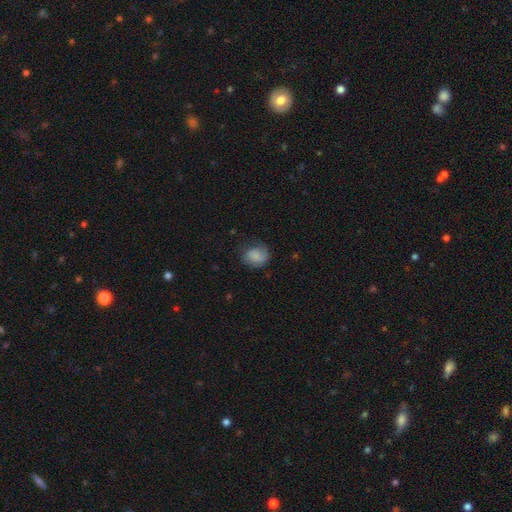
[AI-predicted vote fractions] Morphology: type=smooth (72%); roundness=round (62%); merging=none (62%).